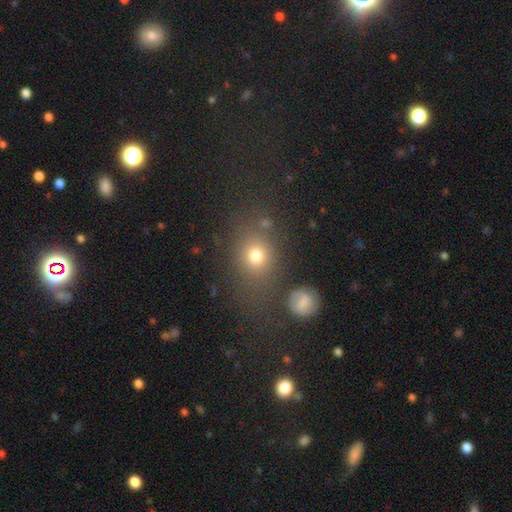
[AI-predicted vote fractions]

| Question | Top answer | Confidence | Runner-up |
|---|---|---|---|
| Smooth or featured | smooth | 73% | star or artifact (16%) |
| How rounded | round | 58% | in between (40%) |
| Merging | none | 68% | minor disturbance (13%) |